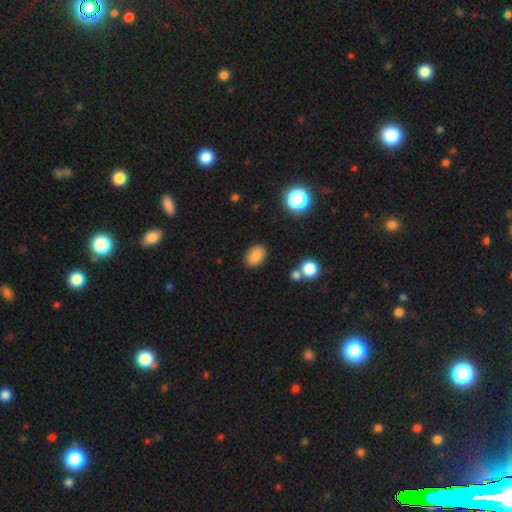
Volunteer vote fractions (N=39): Smooth or featured: smooth — 85% (star or artifact — 13%)
How rounded: in between — 82% (round — 18%)
Merging: none — 79% (minor disturbance — 9%)